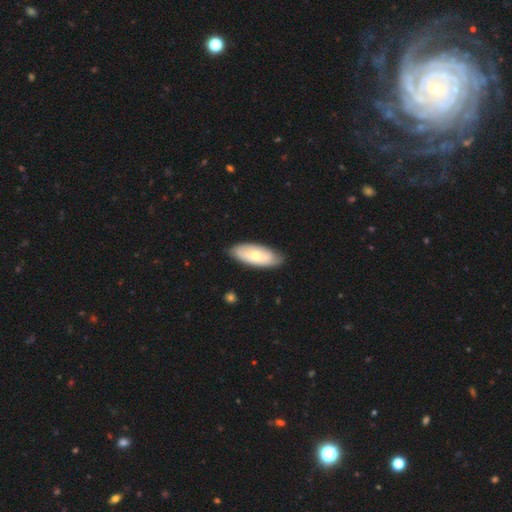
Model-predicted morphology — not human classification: The model was most divided on "smooth or featured": smooth: 56%, featured or disk: 39%, star or artifact: 5%. More confident: how rounded — in between (84%); merging — none (82%).